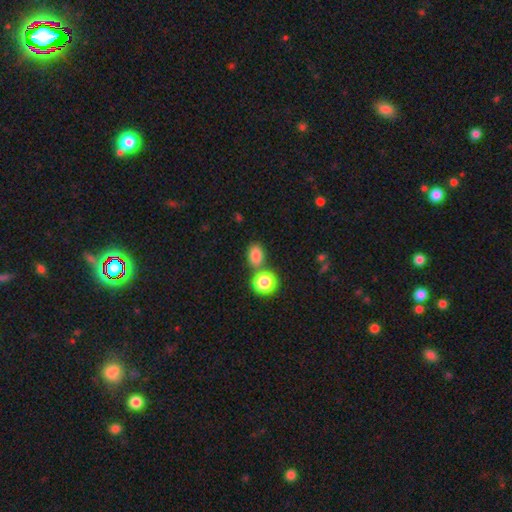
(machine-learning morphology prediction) The model was most divided on "how rounded": in between: 67%, round: 32%, cigar-shaped: 1%. More confident: smooth or featured — smooth (79%); merging — none (68%).